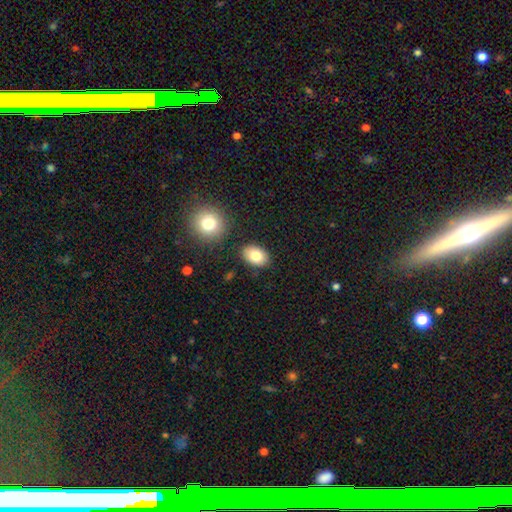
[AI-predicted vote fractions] A smooth galaxy with no disk features (81%) that is in between round and cigar-shaped (78%).

Vote fractions:
- Smooth or featured? smooth: 81% / featured or disk: 11% / star or artifact: 8%
- How rounded? in between: 78% / round: 20% / cigar-shaped: 1%
- Merging? none: 84% / minor disturbance: 9% / merger: 4% / major disturbance: 3%